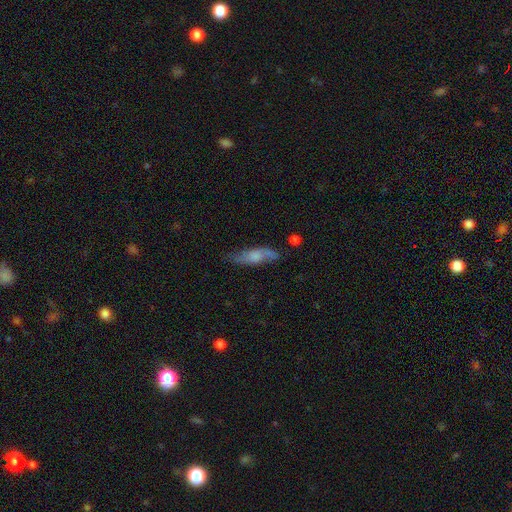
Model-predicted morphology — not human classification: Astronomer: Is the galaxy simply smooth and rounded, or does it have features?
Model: smooth — 46%, tied with featured or disk at 46%.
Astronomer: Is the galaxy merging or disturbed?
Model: none — 64%.